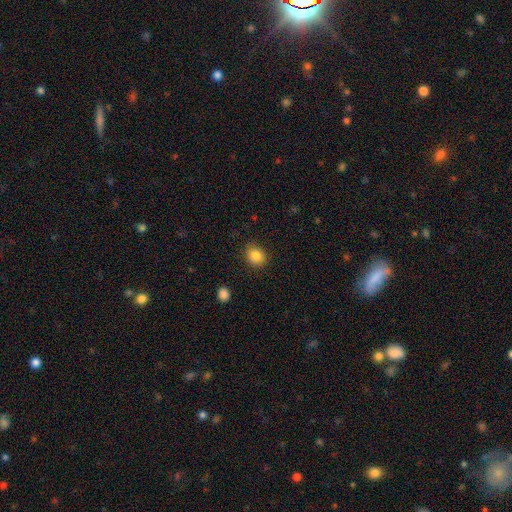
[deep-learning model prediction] Smooth or featured: smooth — 85% (star or artifact — 10%)
How rounded: round — 68% (in between — 31%)
Merging: none — 85% (minor disturbance — 11%)